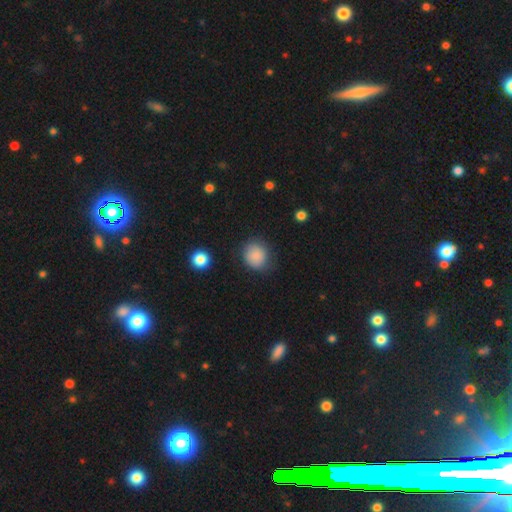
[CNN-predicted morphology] smooth_or_featured: smooth (p=0.86) [alt: star or artifact p=0.09]
how_rounded: round (p=0.78) [alt: in between p=0.22]
merging: none (p=0.77) [alt: minor disturbance p=0.16]